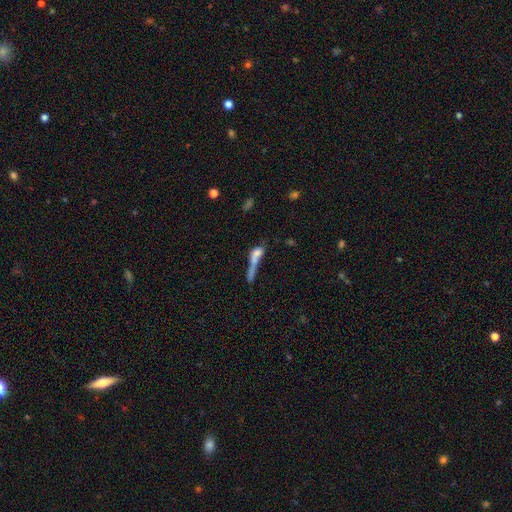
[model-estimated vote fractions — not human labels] Smooth or featured: smooth — 59% (featured or disk — 29%)
How rounded: cigar-shaped — 49% (in between — 38%)
Merging: merger — 54% (none — 18%)